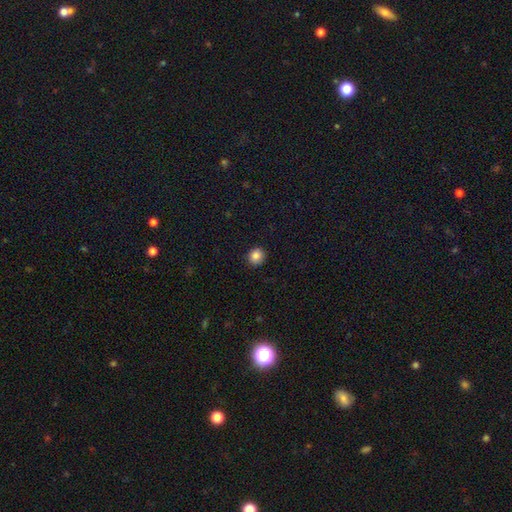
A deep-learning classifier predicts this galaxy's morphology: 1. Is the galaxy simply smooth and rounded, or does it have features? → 85% smooth, 10% star or artifact, 5% featured or disk.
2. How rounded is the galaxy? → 86% round, 13% in between, 1% cigar-shaped.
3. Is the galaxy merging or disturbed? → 91% none, 6% minor disturbance, 2% major disturbance, 1% merger.